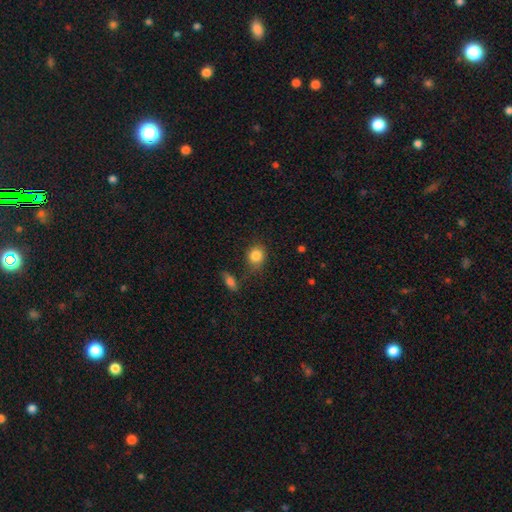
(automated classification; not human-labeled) smooth_or_featured: smooth (p=0.85) [alt: star or artifact p=0.09]
how_rounded: round (p=0.72) [alt: in between p=0.27]
merging: none (p=0.72) [alt: minor disturbance p=0.17]